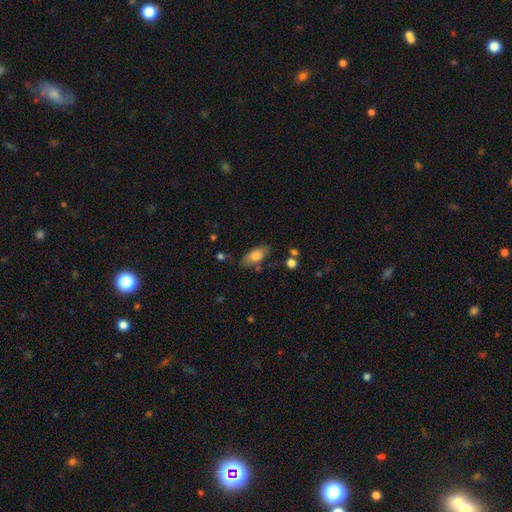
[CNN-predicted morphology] Q: Smooth or featured?
A: smooth (76%); runner-up: featured or disk (17%)
Q: How rounded?
A: in between (87%); runner-up: cigar-shaped (9%)
Q: Merging?
A: none (74%); runner-up: minor disturbance (18%)